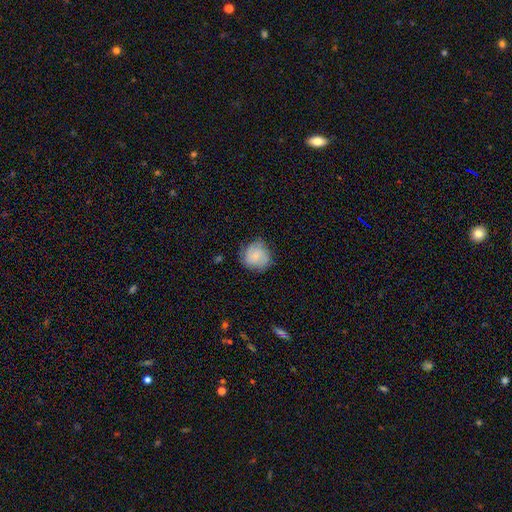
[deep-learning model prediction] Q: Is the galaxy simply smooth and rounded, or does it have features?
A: smooth — 68%.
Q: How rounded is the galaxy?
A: round — 86%.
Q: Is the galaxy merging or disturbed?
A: none — 67%.